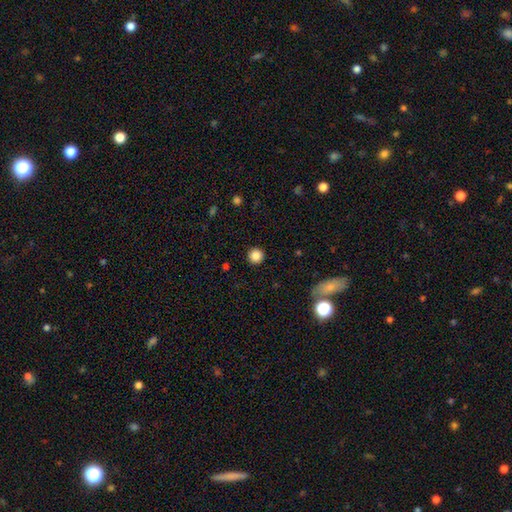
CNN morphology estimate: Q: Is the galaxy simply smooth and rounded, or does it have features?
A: smooth — 86%.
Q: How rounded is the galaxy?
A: round — 96%.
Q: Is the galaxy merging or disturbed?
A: none — 93%.